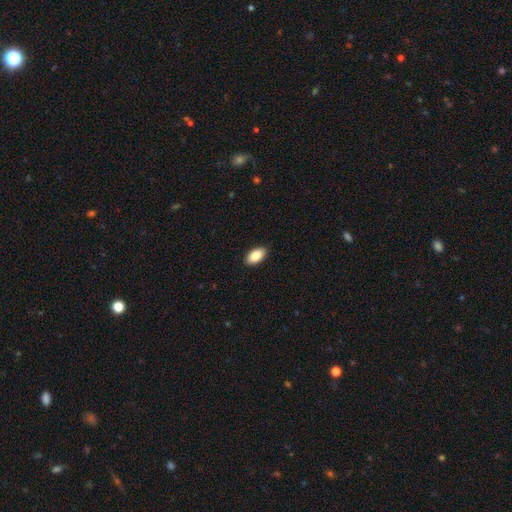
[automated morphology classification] Smooth or featured? Predicted: smooth (p=0.86). How rounded? Predicted: in between (p=0.94). Merging? Predicted: none (p=0.89).